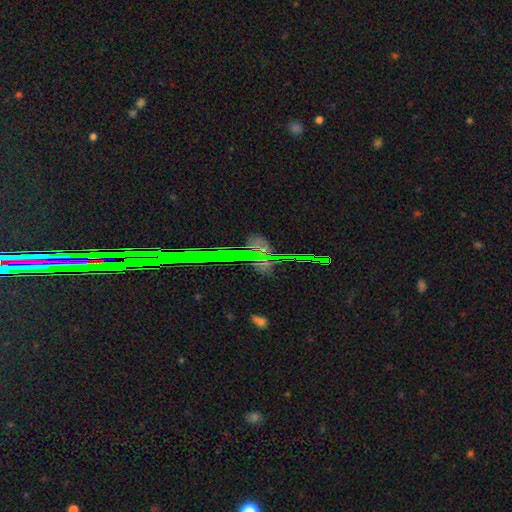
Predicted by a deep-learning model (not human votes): The model was most divided on "smooth or featured": star or artifact: 60%, featured or disk: 23%, smooth: 17%.